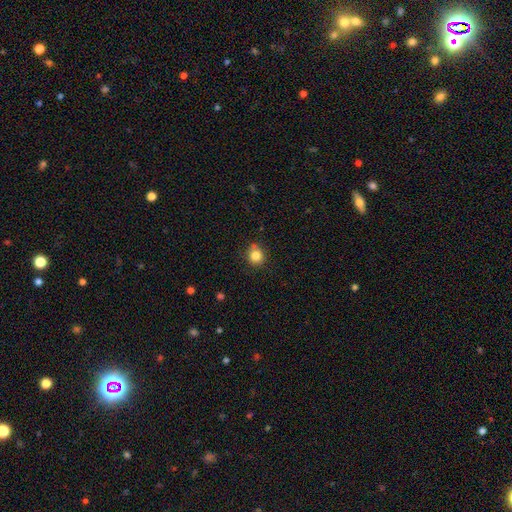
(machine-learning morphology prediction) Overall: smooth (83%). How rounded: round (87%). Merging: none (81%).